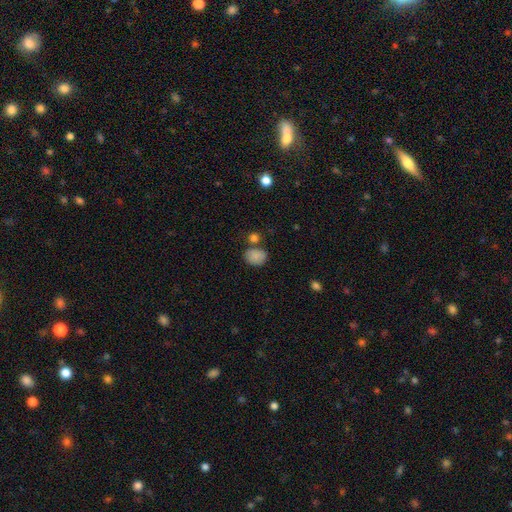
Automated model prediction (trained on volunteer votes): Morphology: type=smooth (84%); roundness=in between (56%); merging=none (60%).